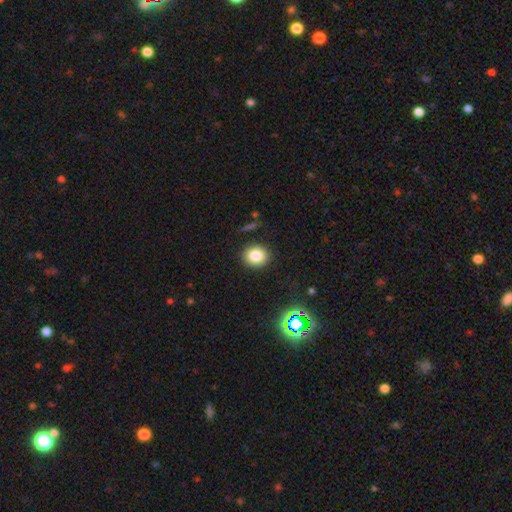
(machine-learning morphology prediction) The model was most divided on "how rounded": round: 71%, in between: 28%, cigar-shaped: 1%. More confident: merging — none (89%); smooth or featured — smooth (81%).